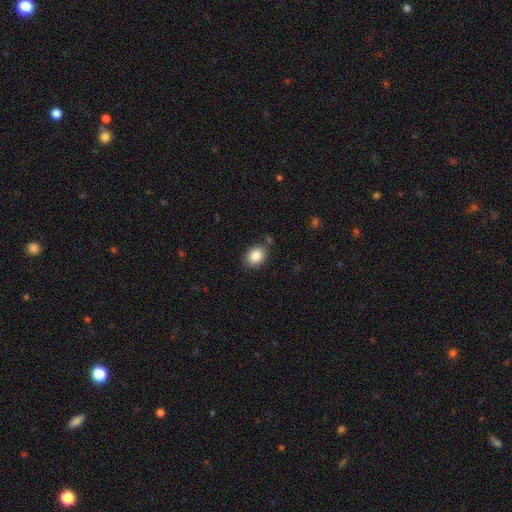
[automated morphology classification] Smooth or featured?
  - smooth: 87% *
  - star or artifact: 8%
  - featured or disk: 5%
How rounded?
  - in between: 60% *
  - round: 39%
  - cigar-shaped: 1%
Merging?
  - none: 82% *
  - minor disturbance: 12%
  - merger: 3%
  - major disturbance: 3%